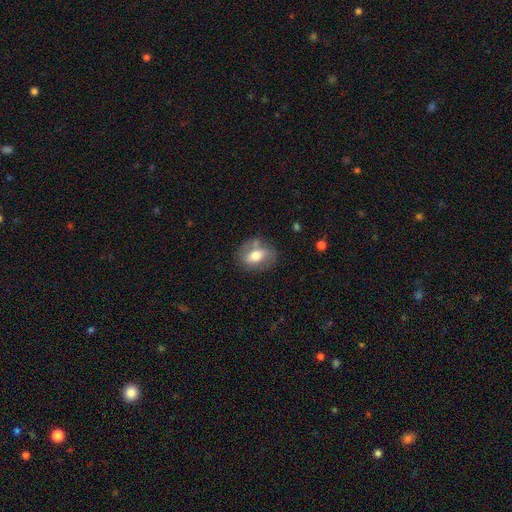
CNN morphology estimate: smooth_or_featured: smooth (p=0.57) [alt: featured or disk p=0.36]
how_rounded: in between (p=0.69) [alt: round p=0.27]
merging: none (p=0.67) [alt: minor disturbance p=0.19]